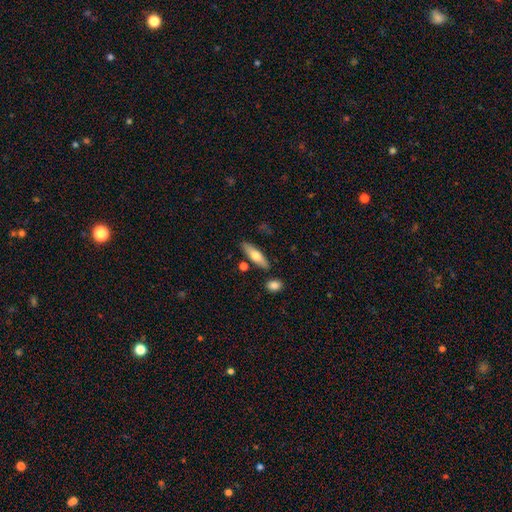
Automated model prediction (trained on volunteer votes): This appears to be a smooth galaxy with no disk features (64%) that is cigar-shaped (58%). Merging: none (81%).